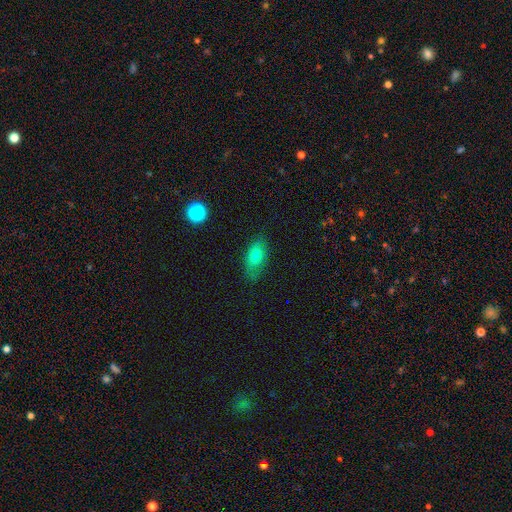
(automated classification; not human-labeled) This appears to be a smooth galaxy with no disk features (76%) that is in between round and cigar-shaped (85%). Merging: none (74%).